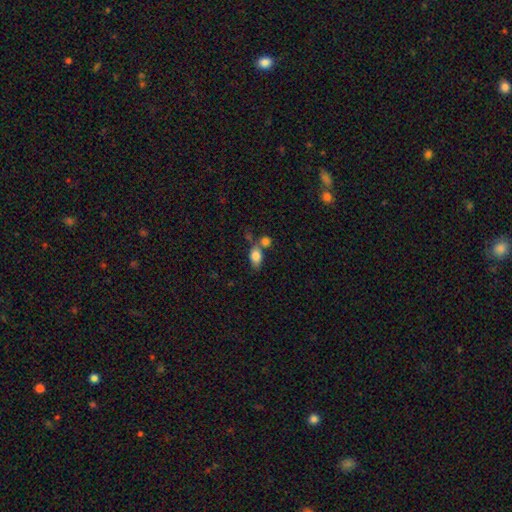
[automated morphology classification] This appears to be a smooth galaxy with no disk features (83%) that is in between round and cigar-shaped (85%). Merging: none (47%).